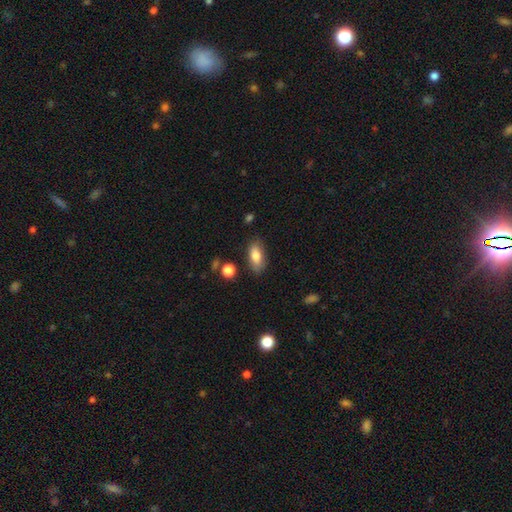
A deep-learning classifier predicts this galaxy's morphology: smooth-or-featured: smooth: 79% | featured or disk: 14% | star or artifact: 7%
  how-rounded: in between: 83% | cigar-shaped: 13% | round: 4%
  merging: none: 81% | minor disturbance: 14% | major disturbance: 3% | merger: 3%